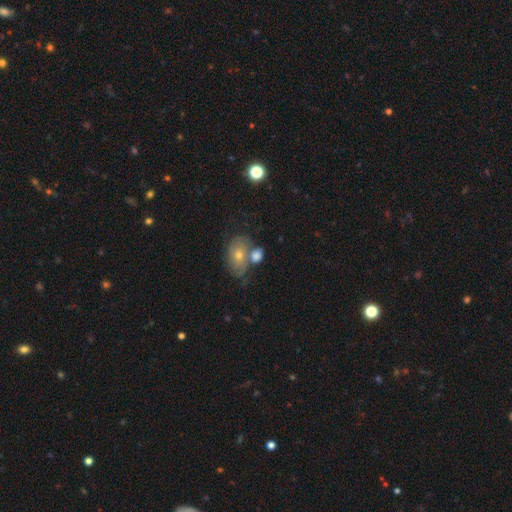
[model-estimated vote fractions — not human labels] Overall: smooth (65%; featured or disk 25%). How rounded: in between (67%; round 30%). Merging: merger (41%; none 36%).